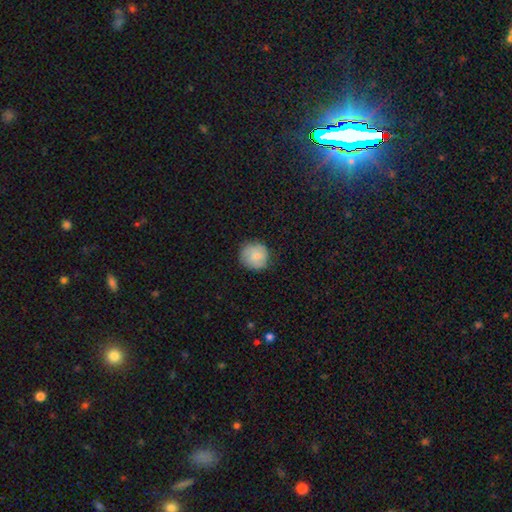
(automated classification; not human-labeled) smooth-or-featured: smooth: 76% | featured or disk: 17% | star or artifact: 7%
  how-rounded: round: 91% | in between: 8% | cigar-shaped: 1%
  merging: none: 80% | minor disturbance: 15% | major disturbance: 3% | merger: 1%